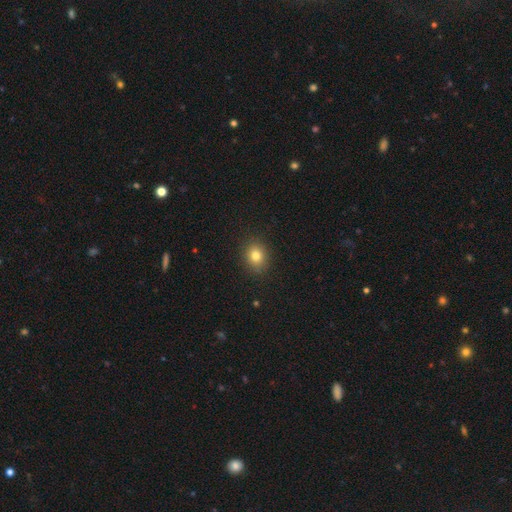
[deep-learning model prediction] This is clearly a smooth galaxy (80%). How rounded: possibly round (60%). Merging: clearly none (89%).